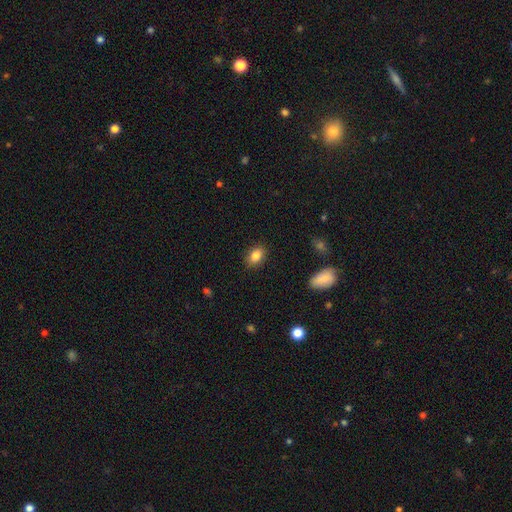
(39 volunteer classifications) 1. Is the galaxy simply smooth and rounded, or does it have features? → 85% smooth, 10% featured or disk, 5% star or artifact.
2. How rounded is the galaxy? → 82% in between, 15% round, 3% cigar-shaped.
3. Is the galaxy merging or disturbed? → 89% none, 11% minor disturbance, 0% major disturbance, 0% merger.